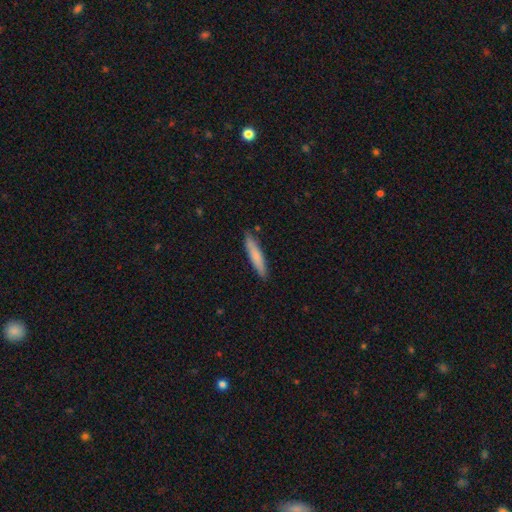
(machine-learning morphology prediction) Smooth or featured: smooth — 75% (featured or disk — 19%)
How rounded: cigar-shaped — 89% (in between — 9%)
Merging: none — 87% (minor disturbance — 10%)